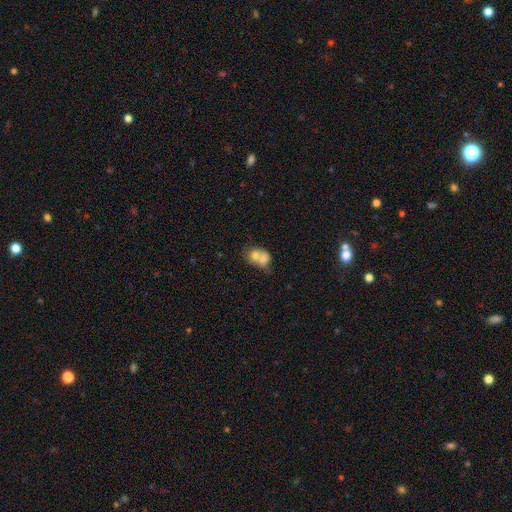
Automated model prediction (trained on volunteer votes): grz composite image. It shows a smooth galaxy with no disk features (69%) that is round (53%). Merging: merger (68%).